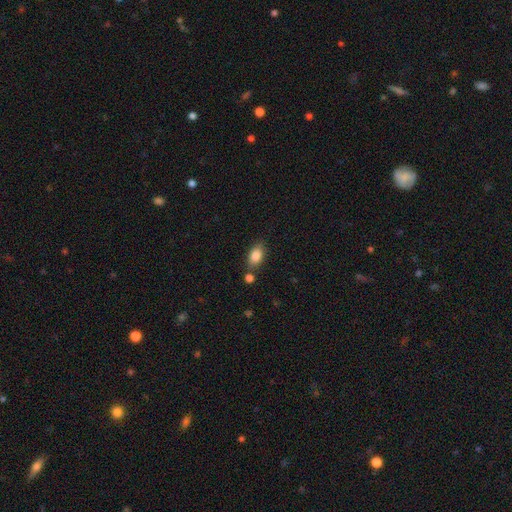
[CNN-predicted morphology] smooth_or_featured: smooth (p=0.84) [alt: featured or disk p=0.08]
how_rounded: in between (p=0.88) [alt: round p=0.08]
merging: none (p=0.73) [alt: minor disturbance p=0.13]